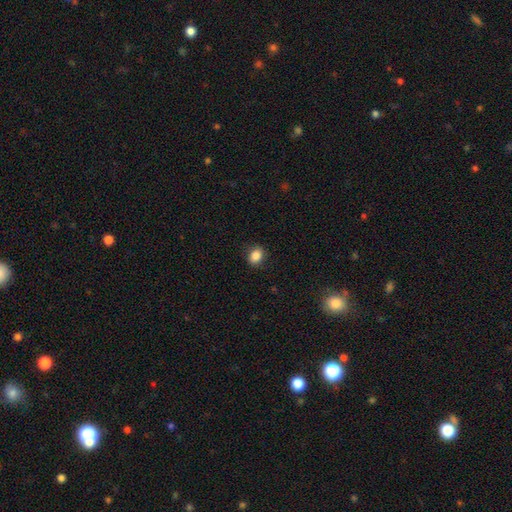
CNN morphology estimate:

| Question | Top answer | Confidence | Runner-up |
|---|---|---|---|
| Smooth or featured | smooth | 86% | star or artifact (9%) |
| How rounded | in between | 59% | round (40%) |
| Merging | none | 85% | minor disturbance (11%) |